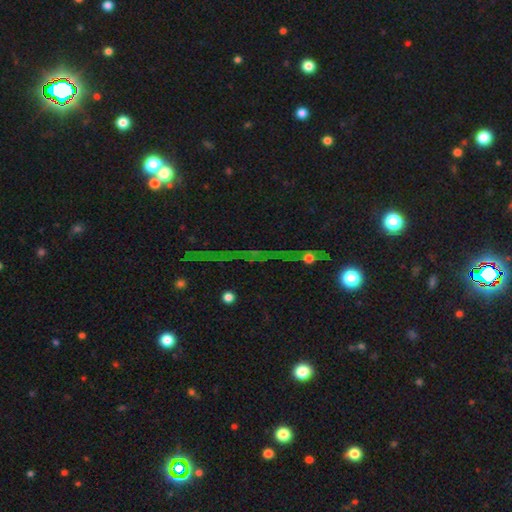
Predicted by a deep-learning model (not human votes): Smooth or featured: star or artifact — 66% (featured or disk — 18%)